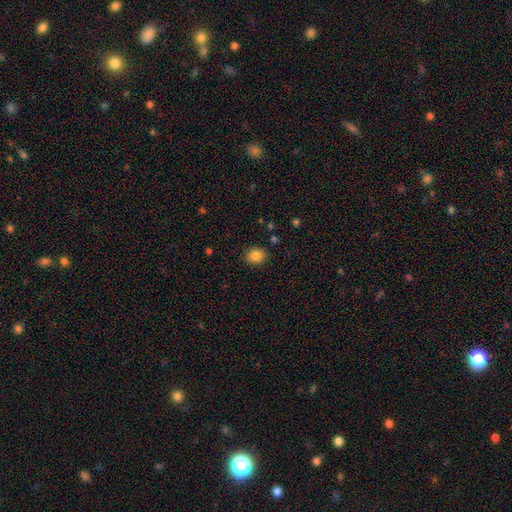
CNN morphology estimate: Smooth or featured: smooth — 84% (star or artifact — 10%)
How rounded: round — 64% (in between — 35%)
Merging: none — 88% (minor disturbance — 8%)